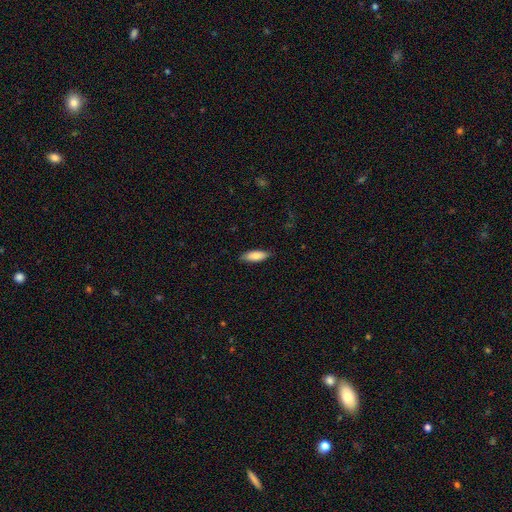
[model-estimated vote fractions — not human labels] Smooth or featured? Predicted: smooth (p=0.84). How rounded? Predicted: in between (p=0.71). Merging? Predicted: none (p=0.83).